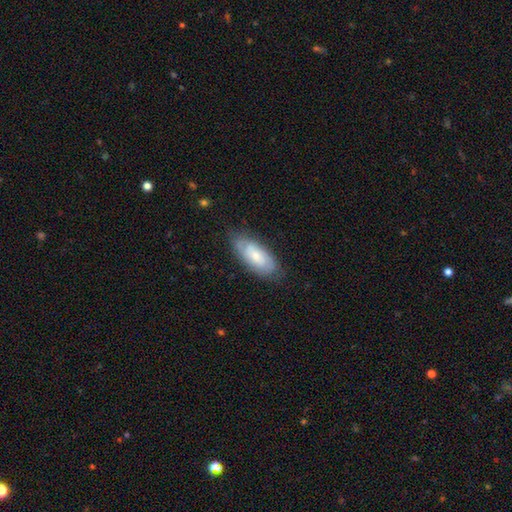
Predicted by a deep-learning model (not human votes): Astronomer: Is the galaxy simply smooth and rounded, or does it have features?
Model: smooth — 55% (runner-up: featured or disk, 39%).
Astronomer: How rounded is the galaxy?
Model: in between — 85%.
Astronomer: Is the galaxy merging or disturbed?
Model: none — 72%.